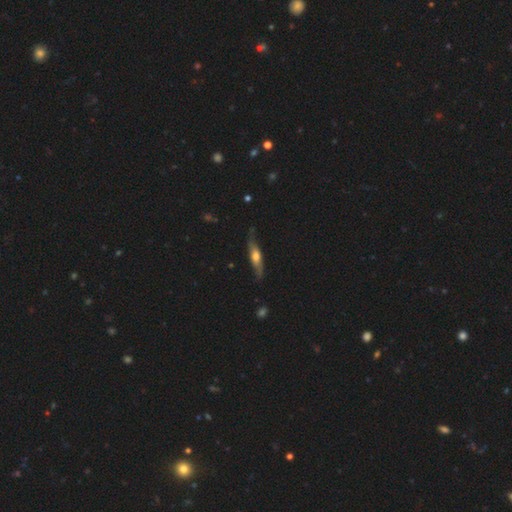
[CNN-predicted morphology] smooth-or-featured: featured or disk: 57% | smooth: 38% | star or artifact: 6%
  disk-edge-on: yes: 74% | no: 26%
  merging: none: 75% | minor disturbance: 19% | major disturbance: 4% | merger: 2%